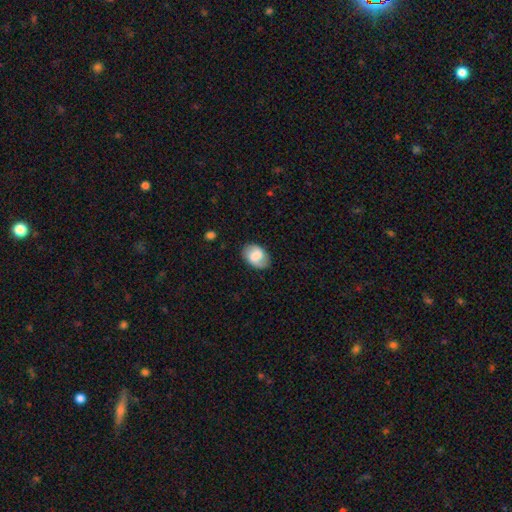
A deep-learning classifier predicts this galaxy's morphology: Smooth or featured?
  - smooth: 59% *
  - featured or disk: 34%
  - star or artifact: 7%
How rounded?
  - in between: 81% *
  - round: 18%
  - cigar-shaped: 1%
Merging?
  - none: 79% *
  - minor disturbance: 16%
  - major disturbance: 4%
  - merger: 1%